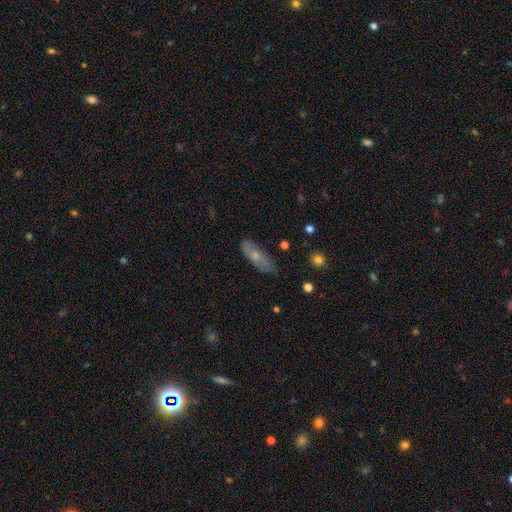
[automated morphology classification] Smooth or featured? Predicted: smooth (p=0.54). How rounded? Predicted: in between (p=0.65). Merging? Predicted: none (p=0.73).